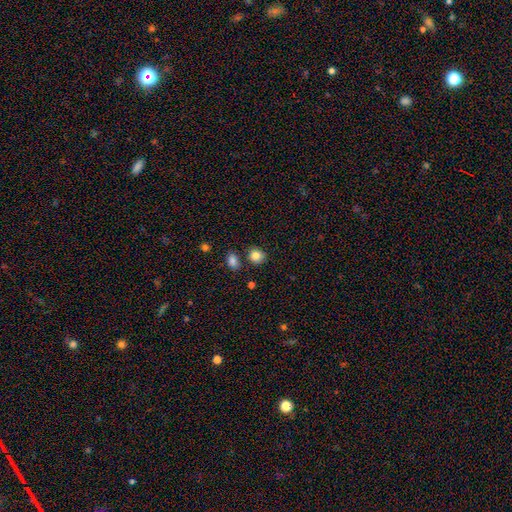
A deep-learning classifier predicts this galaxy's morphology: smooth_or_featured: smooth (p=0.85) [alt: star or artifact p=0.10]
how_rounded: round (p=0.75) [alt: in between p=0.24]
merging: none (p=0.79) [alt: minor disturbance p=0.11]